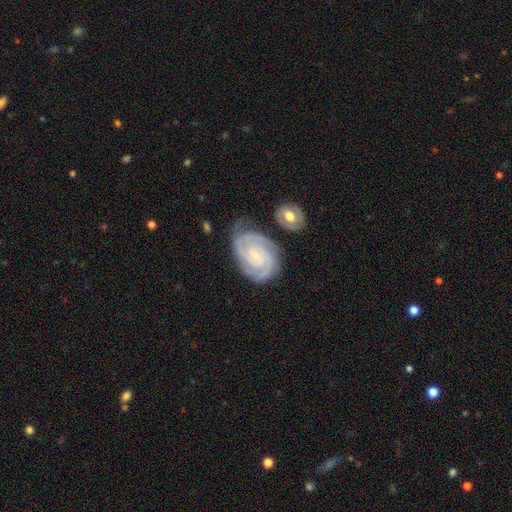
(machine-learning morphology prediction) This appears to be a featured or disk galaxy (87%) with no bar (59%), 2 (49%) tight (73%) spiral arms (98%) and a small central bulge (67%). Merging: none (68%).